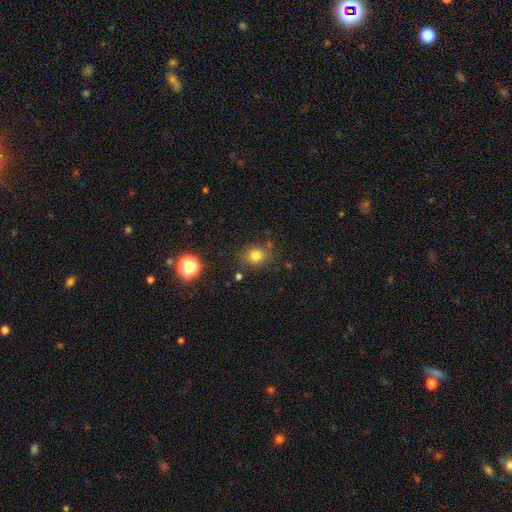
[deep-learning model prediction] Smooth or featured? smooth (78%)
How rounded? round (69%)
Merging? none (77%)